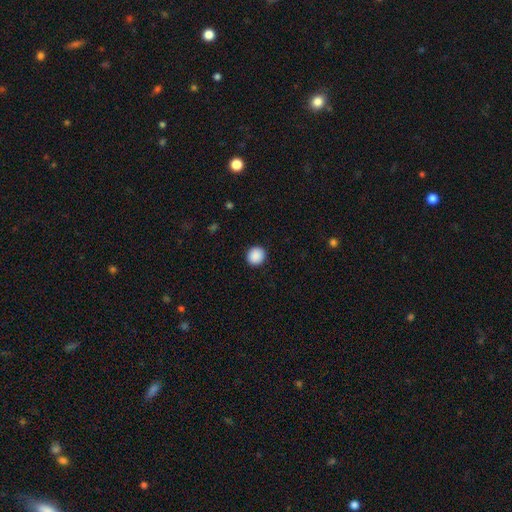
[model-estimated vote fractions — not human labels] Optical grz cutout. It shows a smooth galaxy with no disk features (89%) that is round (89%). Merging: none (92%).